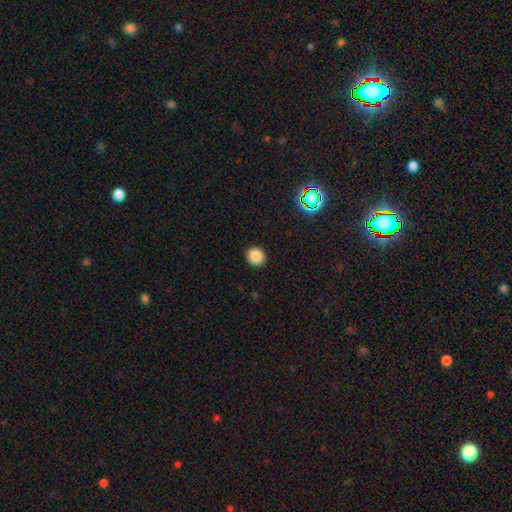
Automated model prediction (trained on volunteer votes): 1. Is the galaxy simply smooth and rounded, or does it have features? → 86% smooth, 11% star or artifact, 3% featured or disk.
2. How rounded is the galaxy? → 89% round, 10% in between, 1% cigar-shaped.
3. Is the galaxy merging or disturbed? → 92% none, 5% minor disturbance, 2% major disturbance, 1% merger.